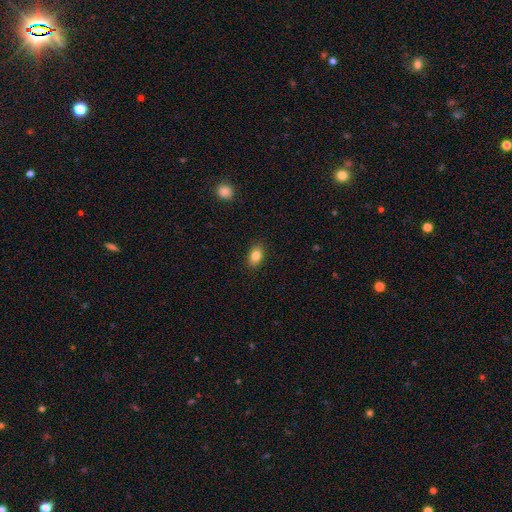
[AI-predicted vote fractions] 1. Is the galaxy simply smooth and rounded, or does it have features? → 85% smooth, 8% star or artifact, 7% featured or disk.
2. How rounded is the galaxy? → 86% in between, 11% round, 3% cigar-shaped.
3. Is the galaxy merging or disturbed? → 88% none, 9% minor disturbance, 2% major disturbance, 1% merger.